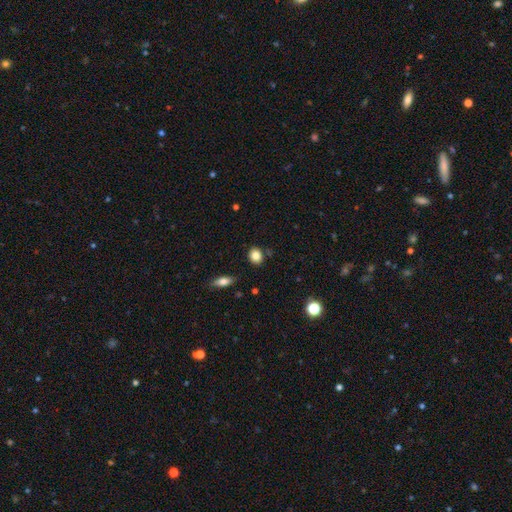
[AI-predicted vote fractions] This is clearly a smooth galaxy (84%). How rounded: likely round (66%). Merging: clearly none (84%).